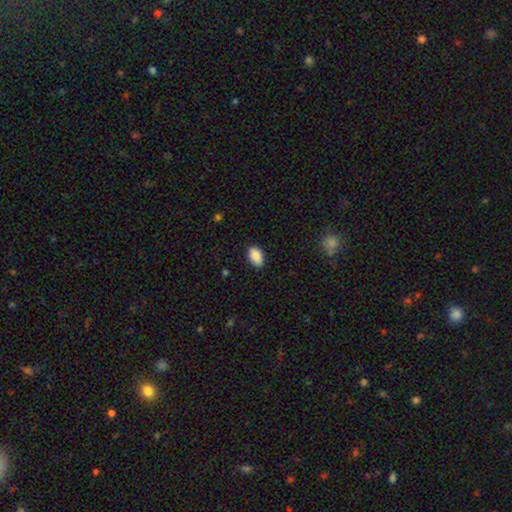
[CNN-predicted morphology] smooth-or-featured: smooth: 90% | star or artifact: 7% | featured or disk: 3%
  how-rounded: in between: 92% | round: 7% | cigar-shaped: 1%
  merging: none: 85% | minor disturbance: 12% | major disturbance: 2% | merger: 1%